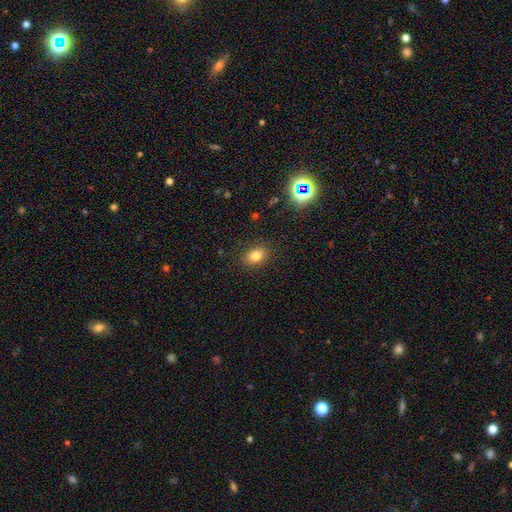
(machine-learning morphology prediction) The model was most divided on "how rounded": in between: 67%, round: 32%, cigar-shaped: 1%. More confident: merging — none (86%); smooth or featured — smooth (80%).